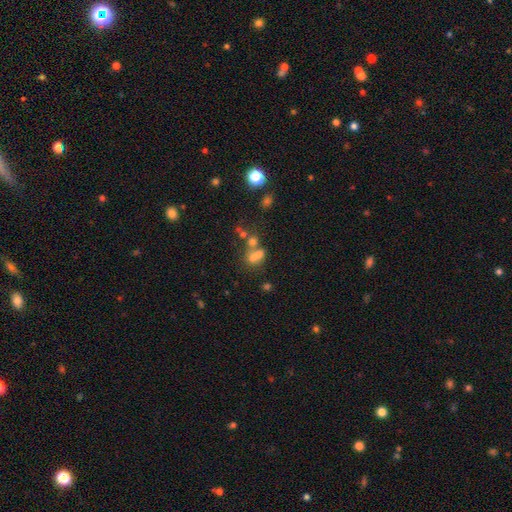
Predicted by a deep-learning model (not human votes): Smooth or featured? Predicted: smooth (p=0.64). How rounded? Predicted: in between (p=0.67). Merging? Predicted: merger (p=0.51).